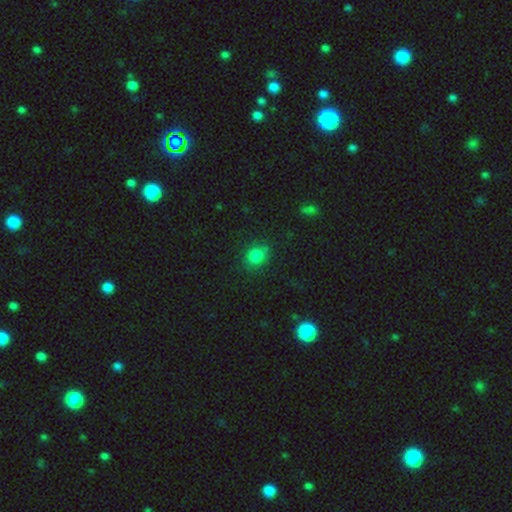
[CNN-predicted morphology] Smooth or featured? Predicted: smooth (p=0.81). How rounded? Predicted: round (p=0.68). Merging? Predicted: none (p=0.77).